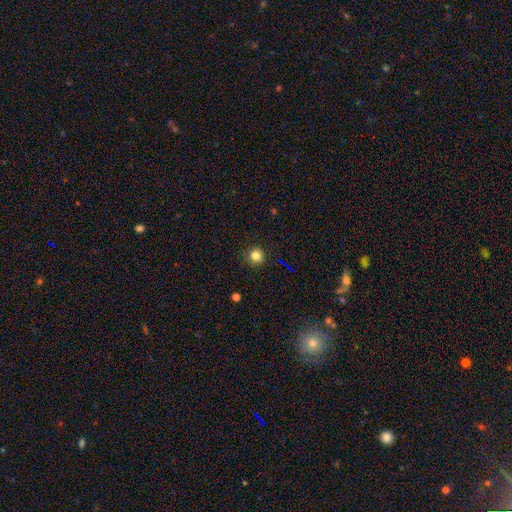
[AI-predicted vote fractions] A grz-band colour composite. It shows a smooth galaxy with no disk features (82%) that is round (94%). Merging: none (91%).